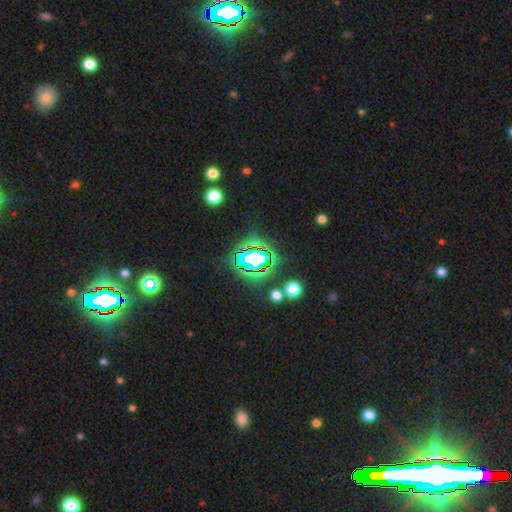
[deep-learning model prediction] smooth-or-featured: star or artifact: 67% | smooth: 20% | featured or disk: 13%